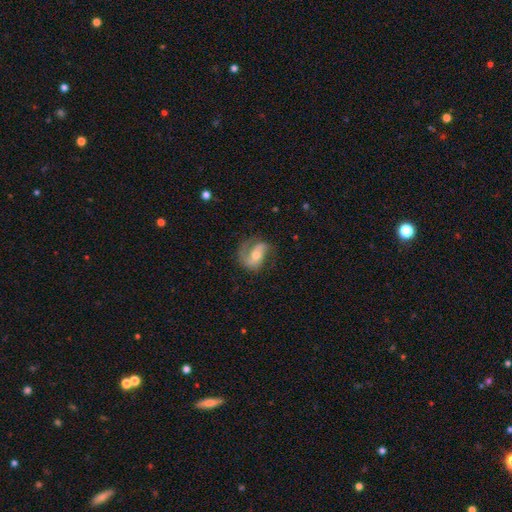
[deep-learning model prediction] This is likely a featured or disk galaxy (71%). It is clearly not viewed edge-on (96%). Bar: marginally no (41%). Spiral arm pattern: clearly yes (90%). Spiral arm count: likely 2 (68%). Spiral winding: marginally medium (44%). Central bulge: likely moderate (63%). Merging: possibly none (57%).